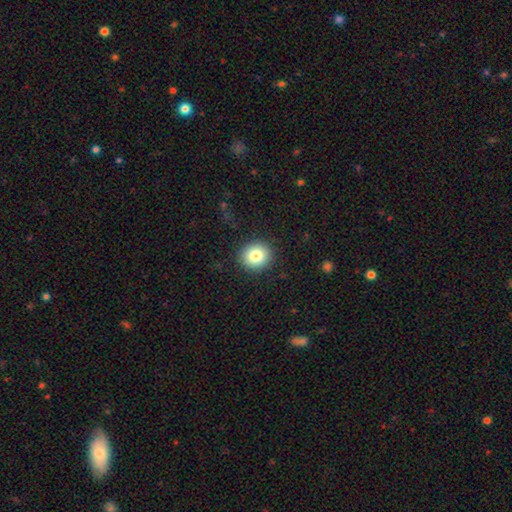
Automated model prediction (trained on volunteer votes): Smooth or featured: smooth — 81% (star or artifact — 10%)
How rounded: round — 86% (in between — 13%)
Merging: none — 90% (minor disturbance — 6%)